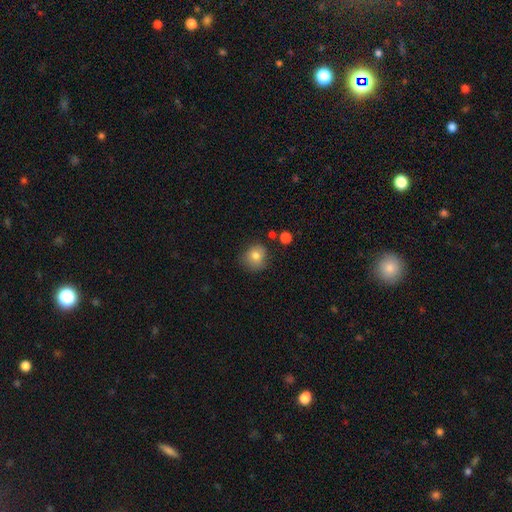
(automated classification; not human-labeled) Q: Smooth or featured?
A: smooth (81%); runner-up: star or artifact (10%)
Q: How rounded?
A: round (80%); runner-up: in between (20%)
Q: Merging?
A: none (73%); runner-up: minor disturbance (19%)